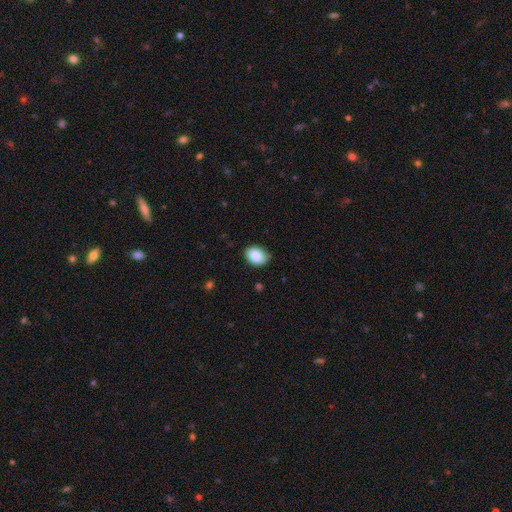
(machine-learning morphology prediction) A smooth galaxy with no disk features (82%) that is in between round and cigar-shaped (62%). Merging: none (77%).